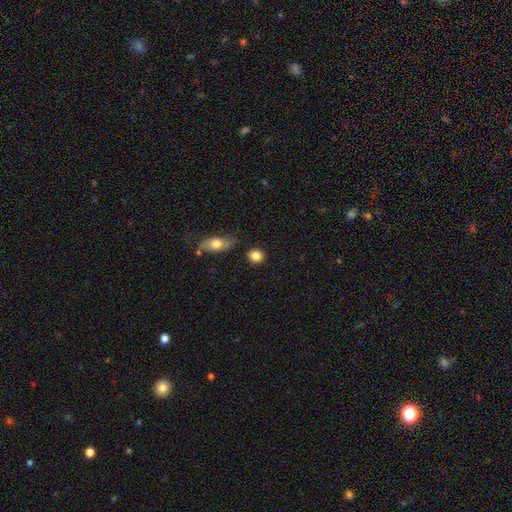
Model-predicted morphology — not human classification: This appears to be a smooth galaxy with no disk features (86%) that is round (80%). Merging: none (84%).